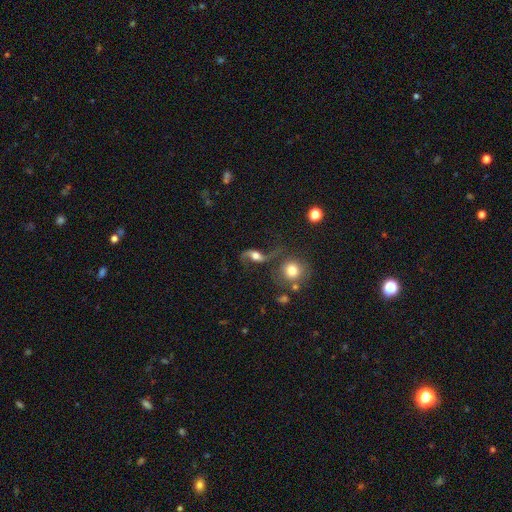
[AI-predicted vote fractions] A featured or disk galaxy (79%) with no bar (50%), 2 (93%) loose (87%) spiral arms (94%) and a moderate central bulge (47%). Merging: none (59%).